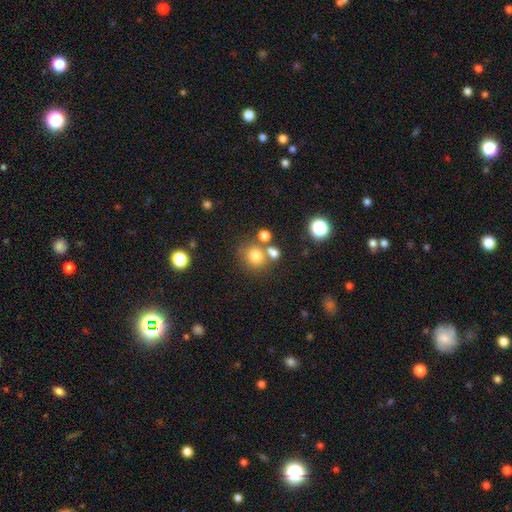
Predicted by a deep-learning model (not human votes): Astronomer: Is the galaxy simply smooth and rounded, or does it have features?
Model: smooth — 75%.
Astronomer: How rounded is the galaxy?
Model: round — 83%.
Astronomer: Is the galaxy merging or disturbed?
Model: none — 61%.